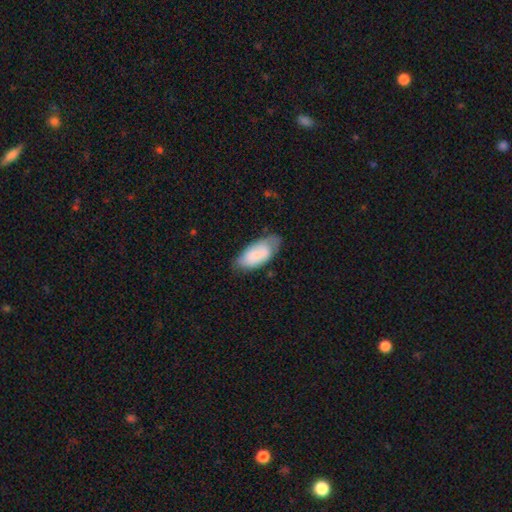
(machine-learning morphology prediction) Q: Smooth or featured?
A: smooth (74%); runner-up: featured or disk (19%)
Q: How rounded?
A: in between (92%); runner-up: cigar-shaped (6%)
Q: Merging?
A: none (57%); runner-up: minor disturbance (32%)